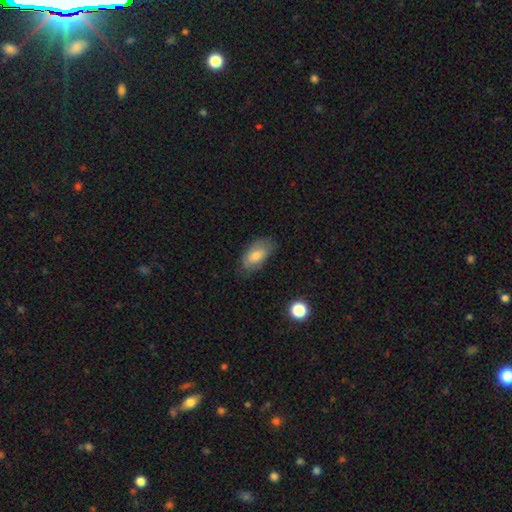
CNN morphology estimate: smooth_or_featured: smooth (p=0.74) [alt: featured or disk p=0.18]
how_rounded: in between (p=0.90) [alt: cigar-shaped p=0.06]
merging: none (p=0.76) [alt: minor disturbance p=0.19]